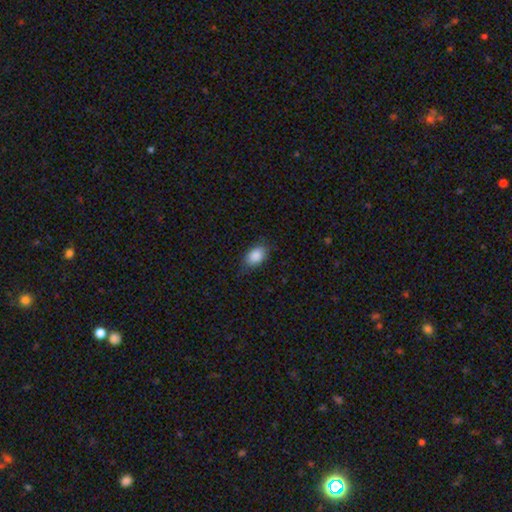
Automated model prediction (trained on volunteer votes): Q: Smooth or featured?
A: smooth (88%); runner-up: star or artifact (7%)
Q: How rounded?
A: in between (88%); runner-up: round (10%)
Q: Merging?
A: none (76%); runner-up: minor disturbance (19%)